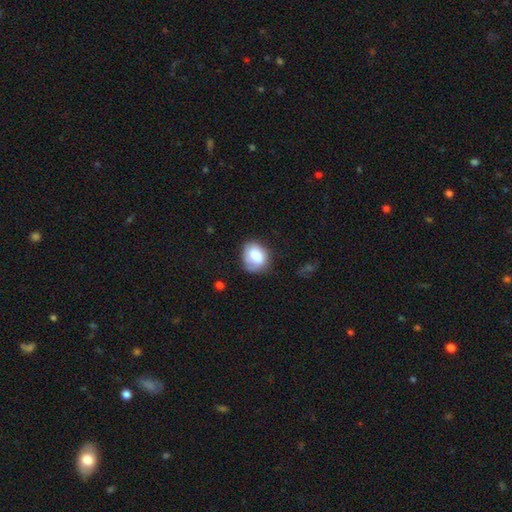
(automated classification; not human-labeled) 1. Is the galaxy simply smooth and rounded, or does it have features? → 75% smooth, 16% featured or disk, 8% star or artifact.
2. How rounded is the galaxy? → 53% in between, 46% round, 1% cigar-shaped.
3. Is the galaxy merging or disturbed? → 57% none, 30% minor disturbance, 10% major disturbance, 3% merger.